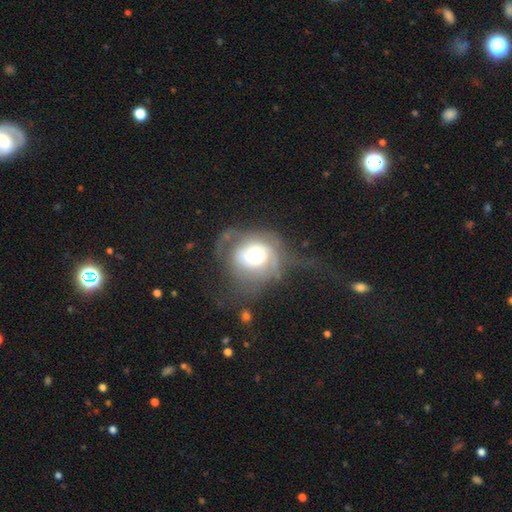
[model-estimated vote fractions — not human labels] Overall: featured or disk (57%; smooth 33%). Edge-on disk: no (96%). Bar: no (80%). Spiral arms: yes (62%; no 38%). Bulge size: moderate (44%; large 39%). Merging: major disturbance (41%; none 35%).